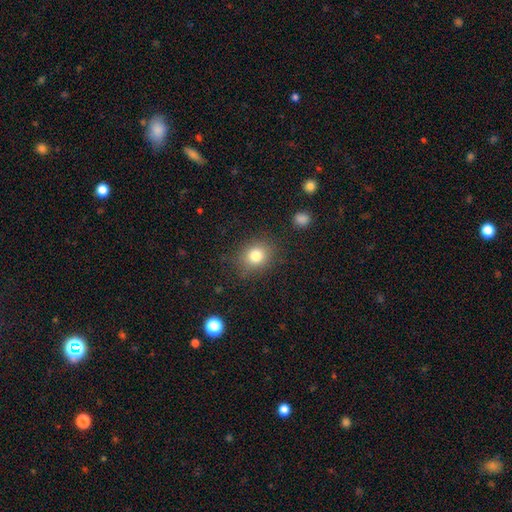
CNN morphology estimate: Smooth or featured? Predicted: smooth (p=0.80). How rounded? Predicted: round (p=0.60). Merging? Predicted: none (p=0.83).